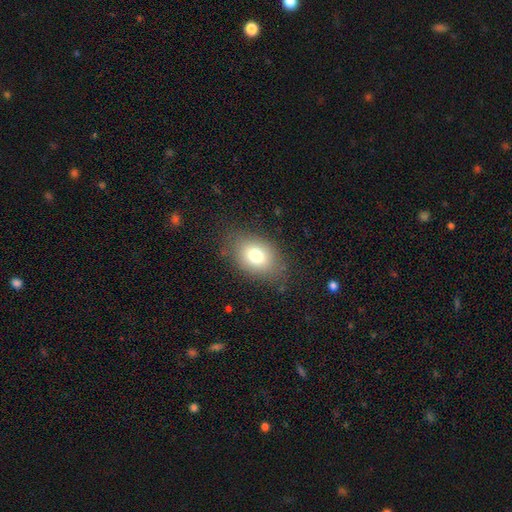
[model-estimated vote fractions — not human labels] smooth-or-featured: smooth: 76% | featured or disk: 13% | star or artifact: 11%
  how-rounded: in between: 74% | round: 25% | cigar-shaped: 1%
  merging: none: 77% | minor disturbance: 16% | major disturbance: 6% | merger: 1%